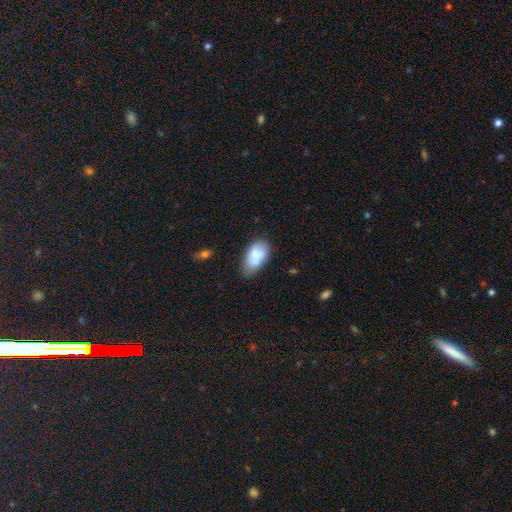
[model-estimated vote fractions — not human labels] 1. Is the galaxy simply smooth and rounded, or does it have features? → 77% smooth, 16% featured or disk, 7% star or artifact.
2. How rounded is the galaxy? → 93% in between, 4% round, 3% cigar-shaped.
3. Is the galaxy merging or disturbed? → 56% none, 32% minor disturbance, 7% major disturbance, 4% merger.